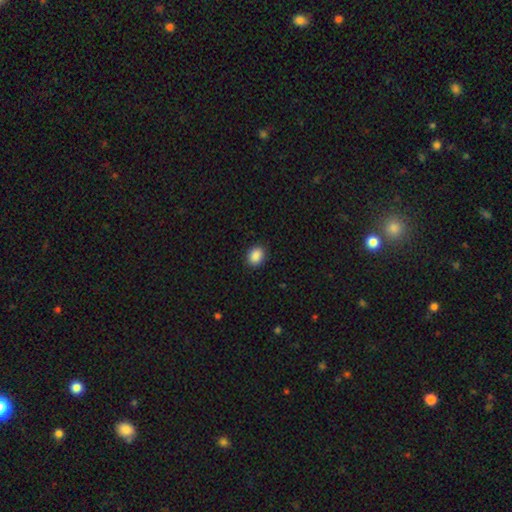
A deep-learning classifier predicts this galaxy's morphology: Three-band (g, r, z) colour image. It shows a smooth galaxy with no disk features (89%) that is round (50%). Merging: none (90%).